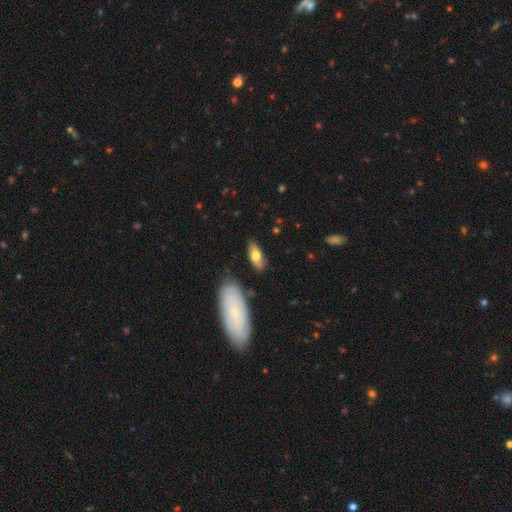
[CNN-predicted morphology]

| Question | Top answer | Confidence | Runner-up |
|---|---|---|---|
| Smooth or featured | smooth | 69% | featured or disk (25%) |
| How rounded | in between | 80% | cigar-shaped (17%) |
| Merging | none | 78% | minor disturbance (15%) |